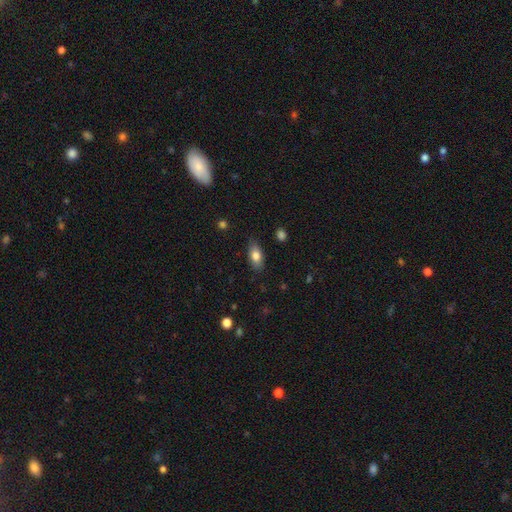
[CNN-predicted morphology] Smooth or featured?
  - smooth: 80% *
  - featured or disk: 13%
  - star or artifact: 7%
How rounded?
  - in between: 87% *
  - cigar-shaped: 8%
  - round: 5%
Merging?
  - none: 83% *
  - minor disturbance: 13%
  - major disturbance: 3%
  - merger: 1%